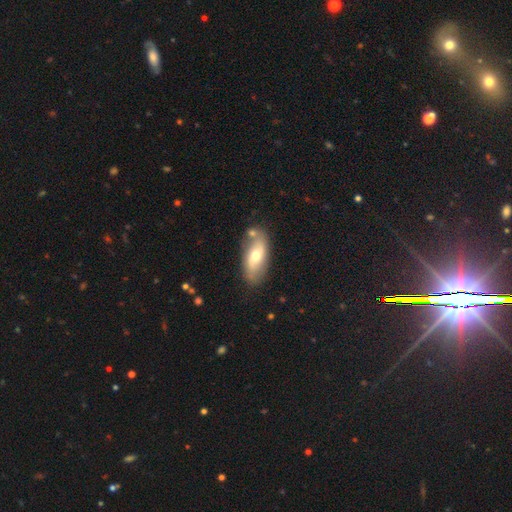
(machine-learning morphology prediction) A smooth galaxy with no disk features (50%).

Vote fractions:
- Smooth or featured? smooth: 50% / featured or disk: 44% / star or artifact: 6%
- Merging? none: 70% / minor disturbance: 16% / merger: 10% / major disturbance: 4%